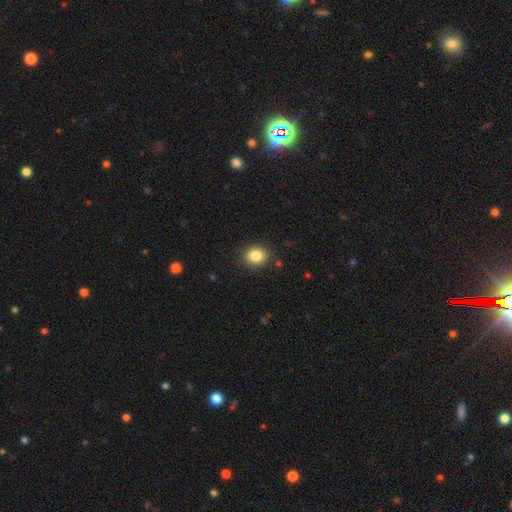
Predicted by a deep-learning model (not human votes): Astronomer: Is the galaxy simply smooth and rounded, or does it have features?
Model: smooth — 85%.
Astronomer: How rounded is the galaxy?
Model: round — 70%.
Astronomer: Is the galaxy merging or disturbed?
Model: none — 88%.